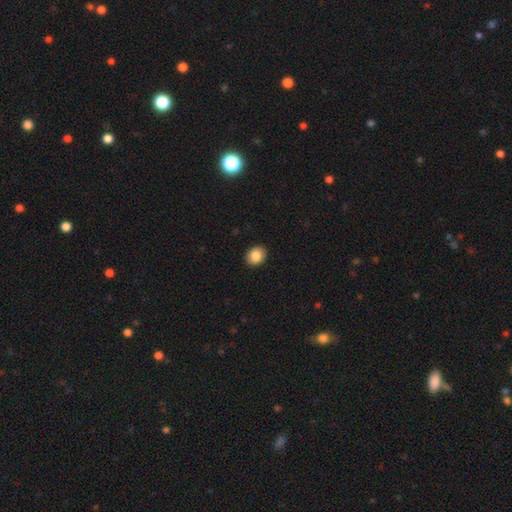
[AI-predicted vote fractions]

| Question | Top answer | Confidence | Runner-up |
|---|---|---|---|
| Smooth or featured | smooth | 87% | star or artifact (8%) |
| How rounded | round | 53% | in between (46%) |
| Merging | none | 90% | minor disturbance (7%) |